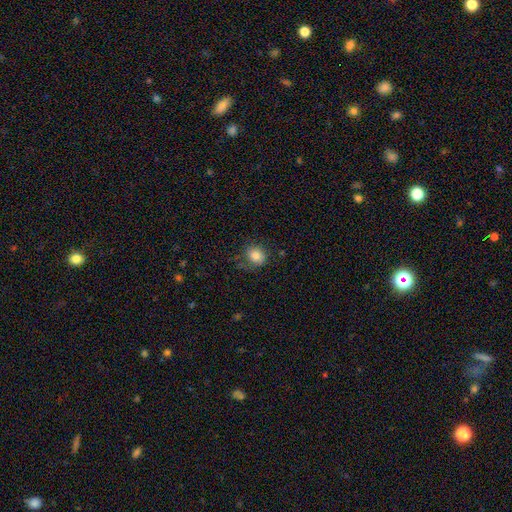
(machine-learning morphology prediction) This appears to be a smooth galaxy with no disk features (82%) that is round (75%). Merging: none (72%).